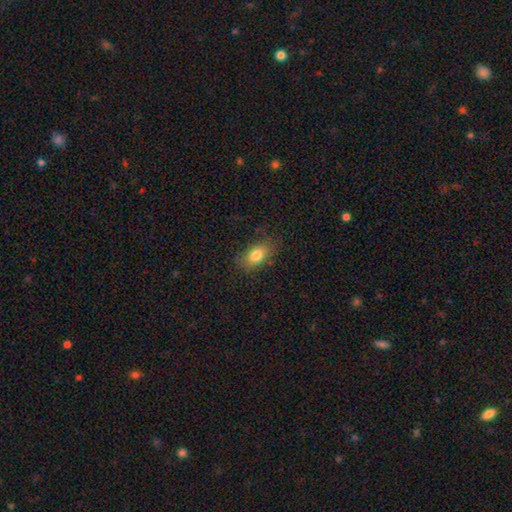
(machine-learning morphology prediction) Smooth or featured: smooth — 80% (featured or disk — 11%)
How rounded: in between — 87% (round — 10%)
Merging: none — 77% (minor disturbance — 17%)